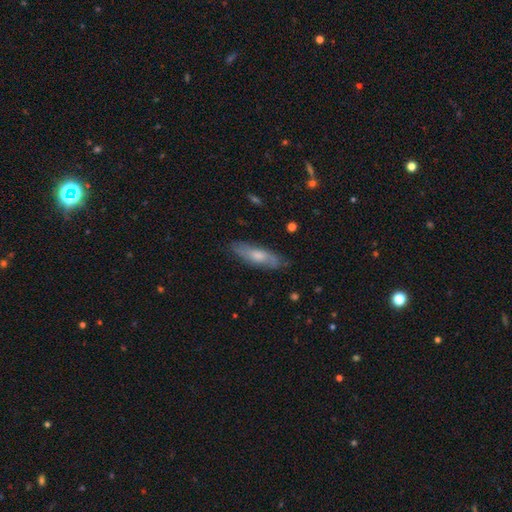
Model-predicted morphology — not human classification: This is possibly a smooth galaxy (47%). Merging: clearly none (82%).